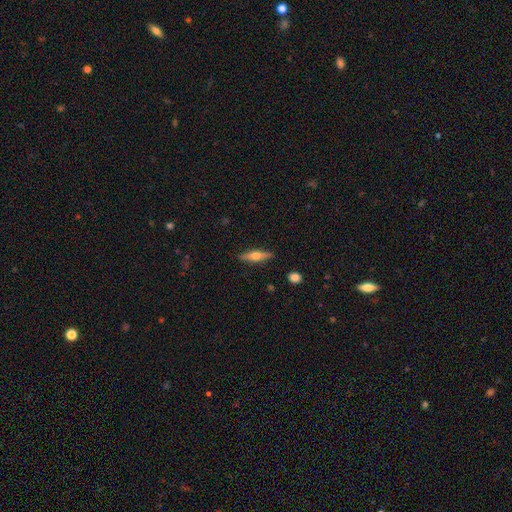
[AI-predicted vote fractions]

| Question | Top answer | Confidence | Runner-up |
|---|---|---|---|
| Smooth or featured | featured or disk | 56% | smooth (38%) |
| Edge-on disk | yes | 95% | no (5%) |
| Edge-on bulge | rounded | 93% | boxy (4%) |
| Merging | none | 89% | minor disturbance (8%) |